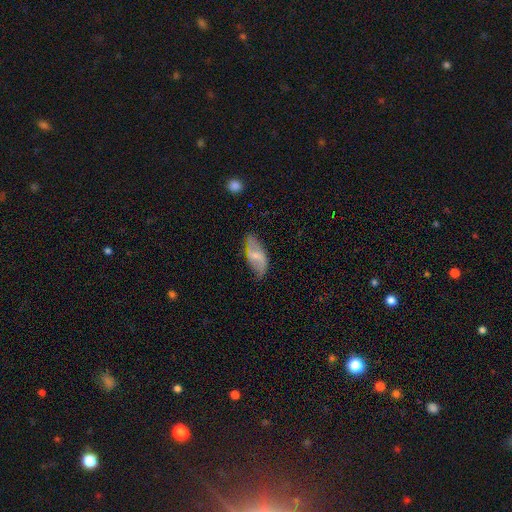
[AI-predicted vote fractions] featured or disk 56%, smooth 38%, star or artifact 7%. Down the decision tree: edge-on disk — no (90%); bar — weak (46%); spiral arms — yes (76%); bulge size — small (60%); merging — none (67%).